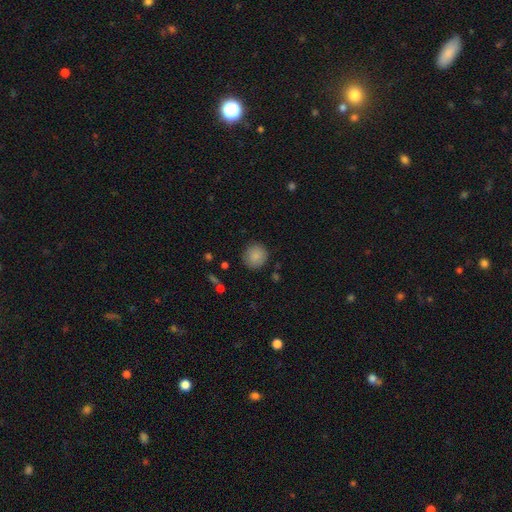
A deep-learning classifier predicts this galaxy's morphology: The model was most divided on "smooth or featured": smooth: 86%, star or artifact: 8%, featured or disk: 5%. More confident: how rounded — round (91%); merging — none (88%).